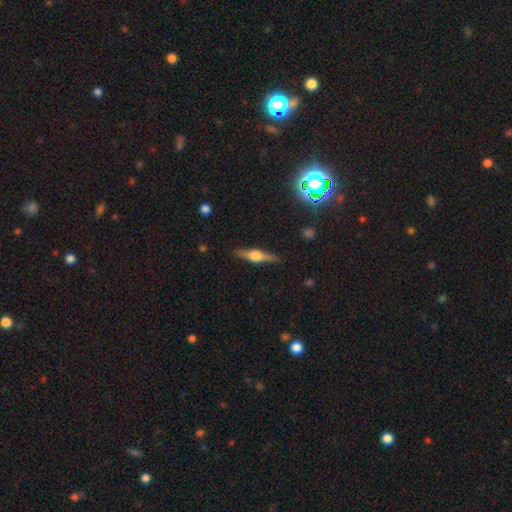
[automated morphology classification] featured or disk 69%, smooth 25%, star or artifact 6%. Down the decision tree: edge-on disk — yes (97%); edge-on bulge — rounded (93%); merging — none (89%).